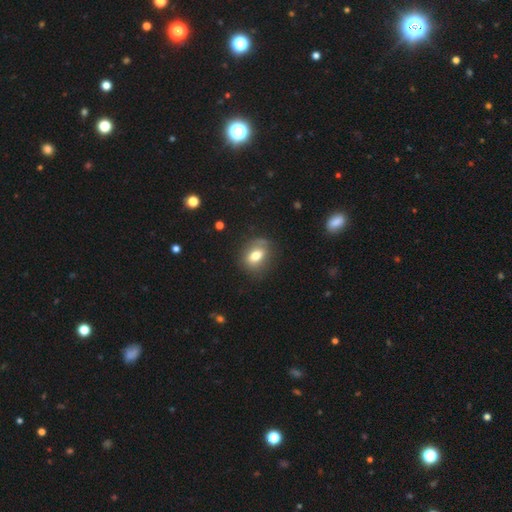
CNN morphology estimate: Smooth or featured? Predicted: smooth (p=0.73). How rounded? Predicted: in between (p=0.71). Merging? Predicted: none (p=0.72).